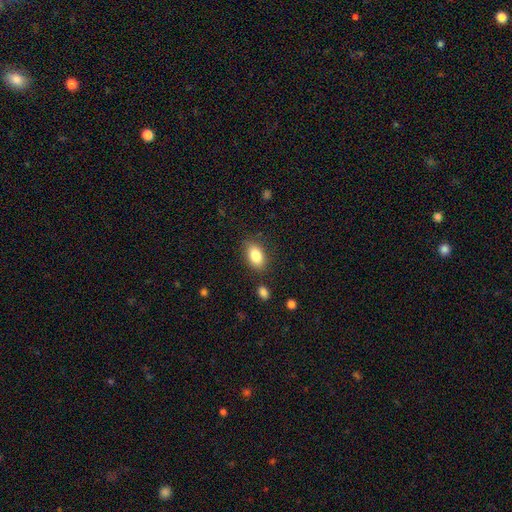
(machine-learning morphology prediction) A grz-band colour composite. It shows a smooth galaxy with no disk features (85%) that is in between round and cigar-shaped (89%). Merging: none (82%).